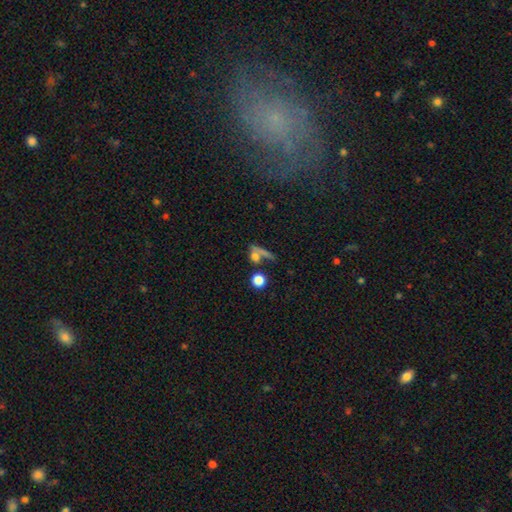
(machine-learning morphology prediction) smooth 62%, featured or disk 21%, star or artifact 17%. Down the decision tree: how rounded — round (56%); merging — none (45%).